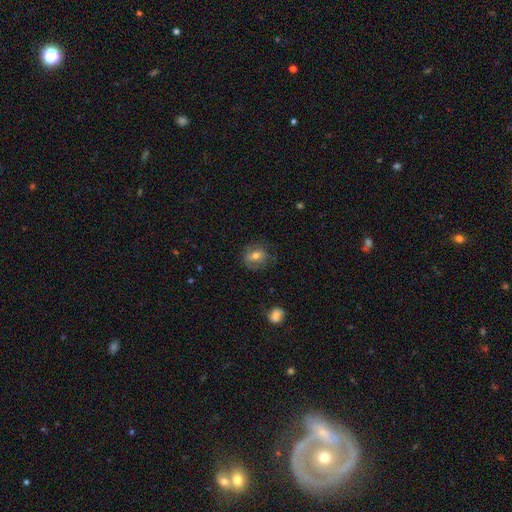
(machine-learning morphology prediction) smooth 63%, featured or disk 28%, star or artifact 10%. Down the decision tree: how rounded — round (64%); merging — none (71%).